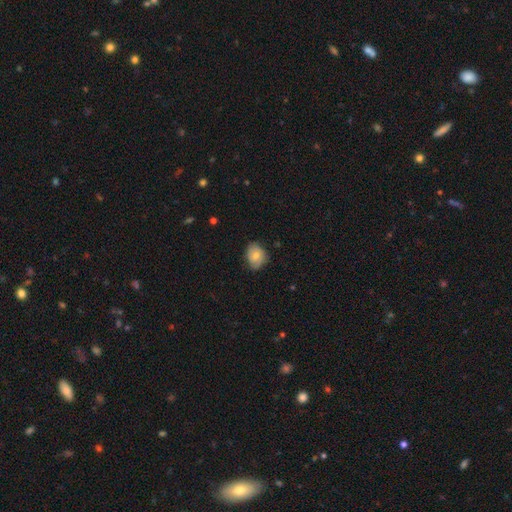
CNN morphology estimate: Q: Smooth or featured?
A: smooth (66%); runner-up: featured or disk (26%)
Q: How rounded?
A: in between (57%); runner-up: round (42%)
Q: Merging?
A: none (66%); runner-up: minor disturbance (28%)